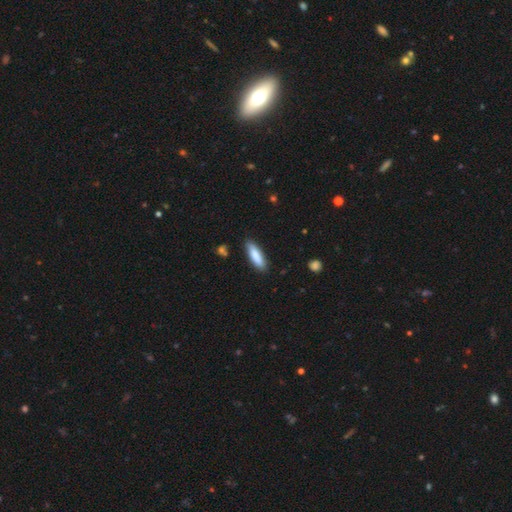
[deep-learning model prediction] Smooth or featured?
  - smooth: 85% *
  - featured or disk: 10%
  - star or artifact: 6%
How rounded?
  - cigar-shaped: 60% *
  - in between: 39%
  - round: 1%
Merging?
  - none: 86% *
  - minor disturbance: 10%
  - major disturbance: 2%
  - merger: 2%